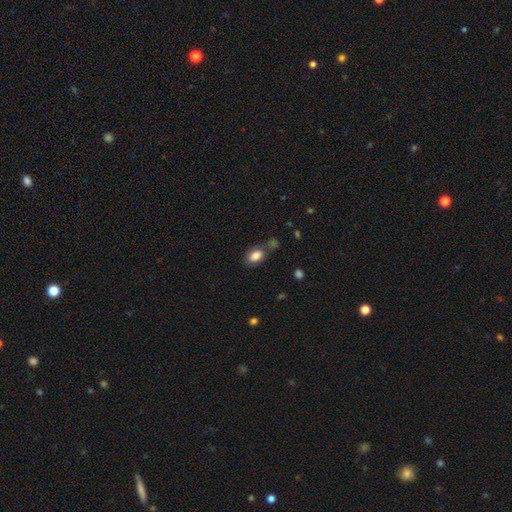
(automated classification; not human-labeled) Smooth or featured?
  - smooth: 83% *
  - star or artifact: 9%
  - featured or disk: 8%
How rounded?
  - in between: 83% *
  - round: 15%
  - cigar-shaped: 2%
Merging?
  - none: 65% *
  - minor disturbance: 17%
  - merger: 12%
  - major disturbance: 5%